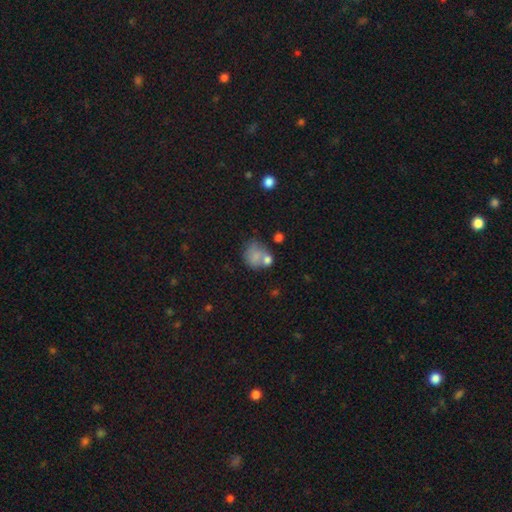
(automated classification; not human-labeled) Q: Smooth or featured?
A: smooth (70%); runner-up: featured or disk (18%)
Q: How rounded?
A: round (61%); runner-up: in between (38%)
Q: Merging?
A: none (38%); runner-up: merger (28%)